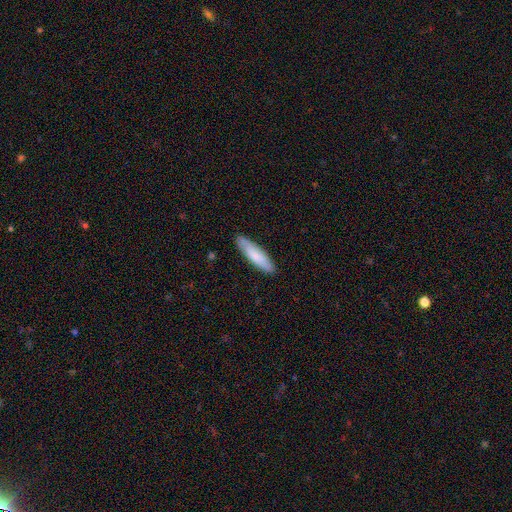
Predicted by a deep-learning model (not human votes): Morphology: type=smooth (81%); roundness=cigar-shaped (74%); merging=none (88%).